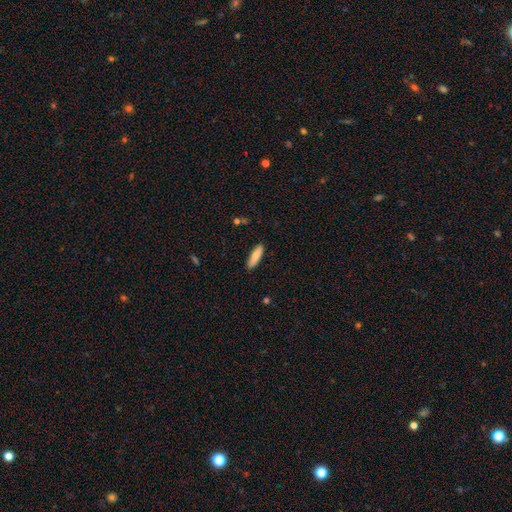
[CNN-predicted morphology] A smooth galaxy with no disk features (85%) that is cigar-shaped (58%).

Vote fractions:
- Smooth or featured? smooth: 85% / featured or disk: 10% / star or artifact: 6%
- How rounded? cigar-shaped: 58% / in between: 41% / round: 2%
- Merging? none: 88% / minor disturbance: 9% / major disturbance: 2% / merger: 1%